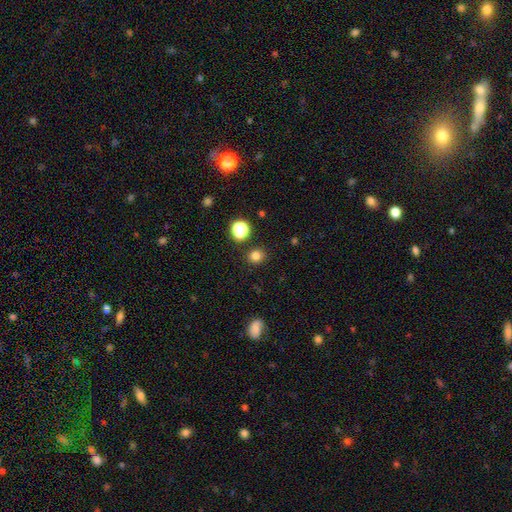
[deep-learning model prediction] This is likely a smooth galaxy (80%). How rounded: clearly round (84%). Merging: clearly none (88%).